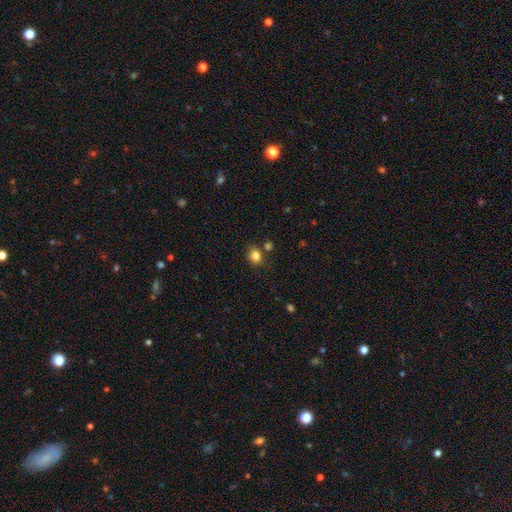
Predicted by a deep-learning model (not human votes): Morphology: type=smooth (83%); roundness=round (55%); merging=none (75%).